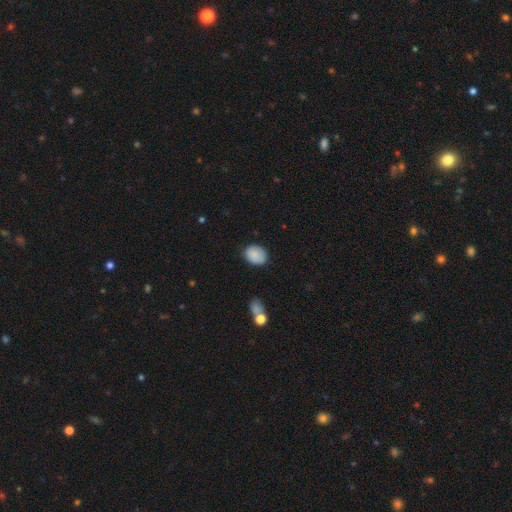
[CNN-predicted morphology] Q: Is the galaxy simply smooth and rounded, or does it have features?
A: smooth — 86%.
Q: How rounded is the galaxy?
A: in between — 61%.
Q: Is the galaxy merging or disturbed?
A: none — 80%.